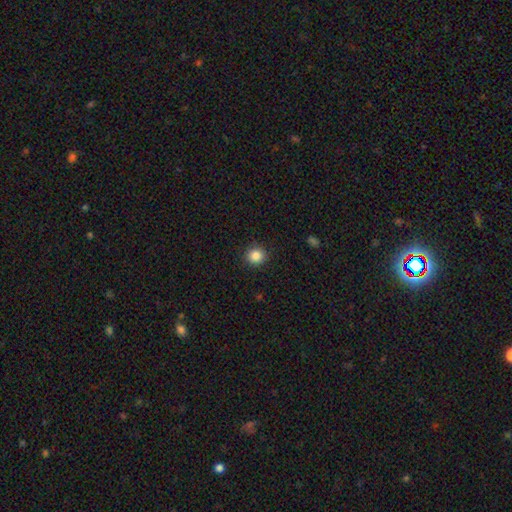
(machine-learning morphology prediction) Overall: smooth (87%). How rounded: round (92%). Merging: none (90%).